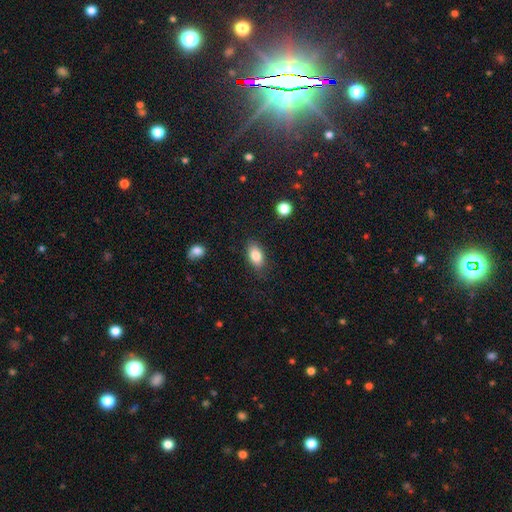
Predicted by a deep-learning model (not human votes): Q: Smooth or featured?
A: smooth (84%); runner-up: featured or disk (8%)
Q: How rounded?
A: in between (91%); runner-up: round (6%)
Q: Merging?
A: none (82%); runner-up: minor disturbance (13%)